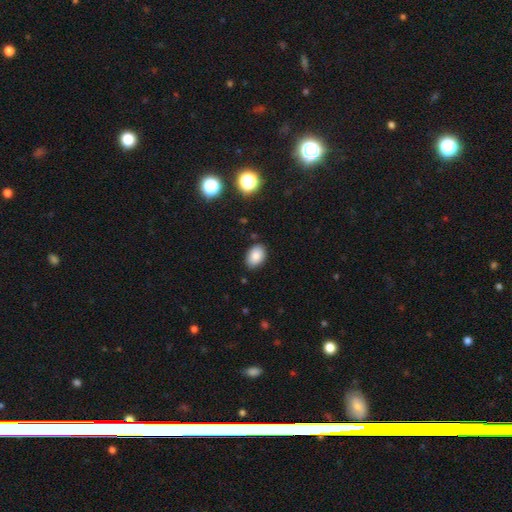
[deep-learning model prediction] This is clearly a smooth galaxy (85%). How rounded: clearly in between (82%). Merging: clearly none (85%).